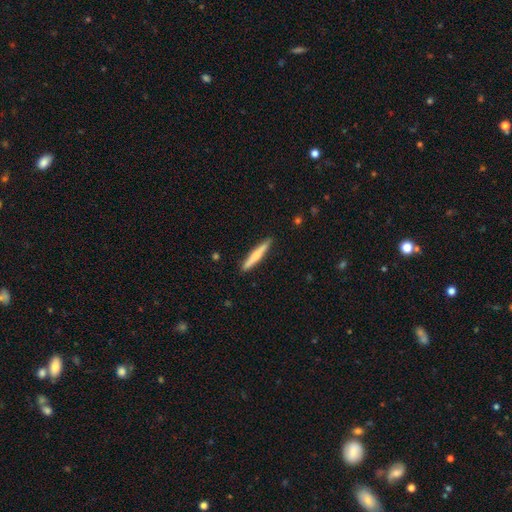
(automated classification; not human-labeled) The model was most divided on "smooth or featured": smooth: 51%, featured or disk: 43%, star or artifact: 5%. More confident: how rounded — cigar-shaped (93%); merging — none (90%).